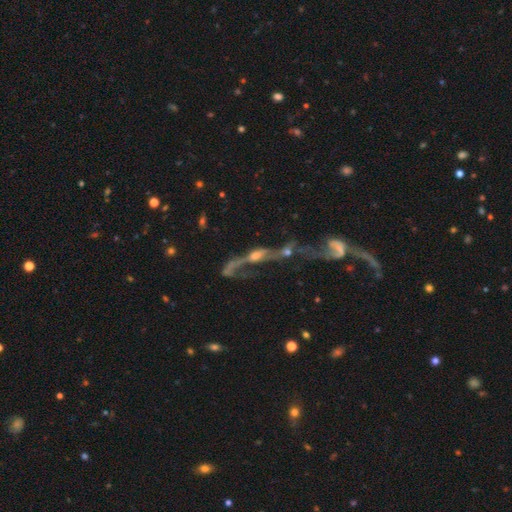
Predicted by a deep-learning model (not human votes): This appears to be a featured or disk galaxy (73%) with no bar (63%), spiral arms (66%) and a moderate central bulge (41%). Merging: merger (59%).